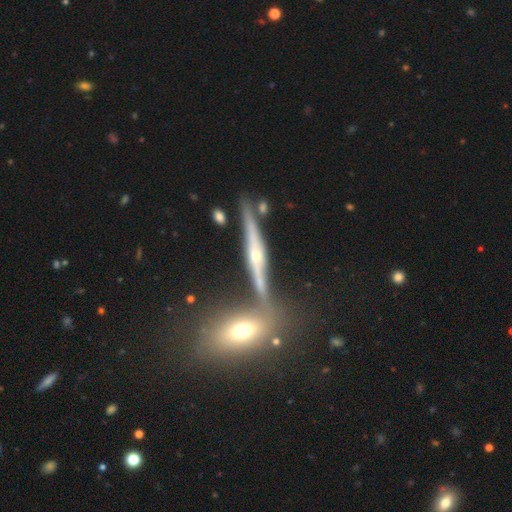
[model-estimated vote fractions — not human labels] smooth-or-featured: featured or disk: 80% | smooth: 11% | star or artifact: 9%
  disk-edge-on: yes: 94% | no: 6%
    edge-on-bulge: rounded: 87% | none: 8% | boxy: 4%
  merging: none: 73% | merger: 12% | minor disturbance: 11% | major disturbance: 4%